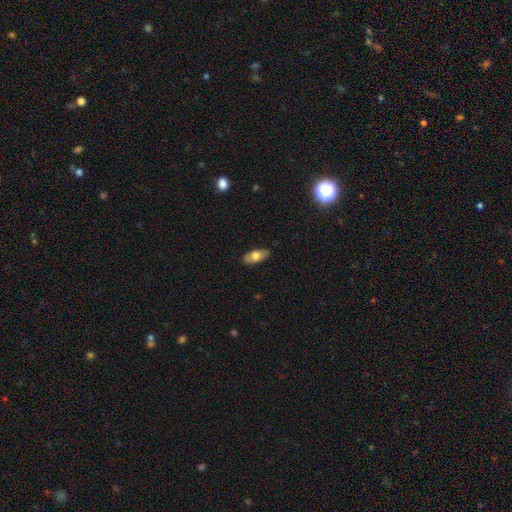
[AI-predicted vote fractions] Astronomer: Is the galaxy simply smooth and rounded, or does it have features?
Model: smooth — 69%.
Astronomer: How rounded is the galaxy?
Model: in between — 87%.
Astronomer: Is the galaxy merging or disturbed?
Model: none — 86%.